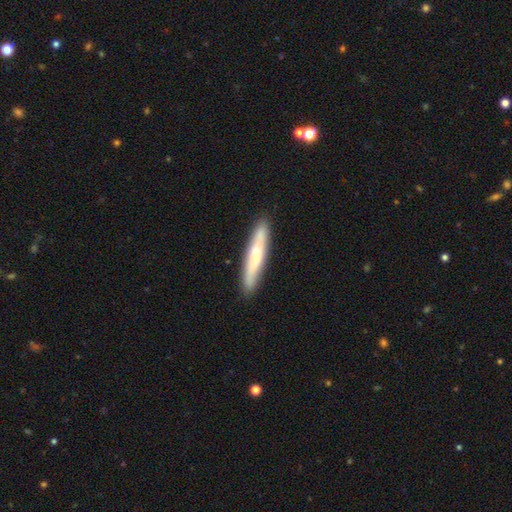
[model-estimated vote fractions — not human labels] Smooth or featured? smooth (55%)
How rounded? cigar-shaped (92%)
Merging? none (86%)